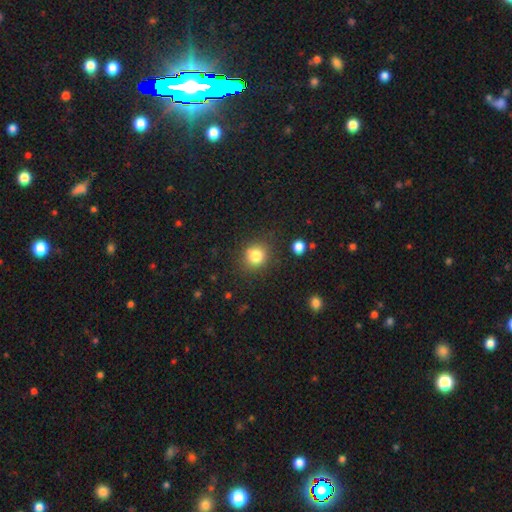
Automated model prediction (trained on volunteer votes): smooth-or-featured: smooth: 82% | star or artifact: 12% | featured or disk: 6%
  how-rounded: round: 84% | in between: 15% | cigar-shaped: 1%
  merging: none: 82% | minor disturbance: 11% | major disturbance: 4% | merger: 3%